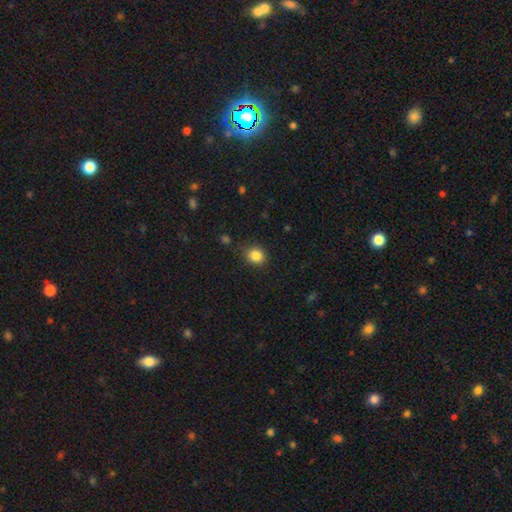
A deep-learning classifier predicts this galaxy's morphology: Overall: smooth (85%). How rounded: round (73%). Merging: none (82%).